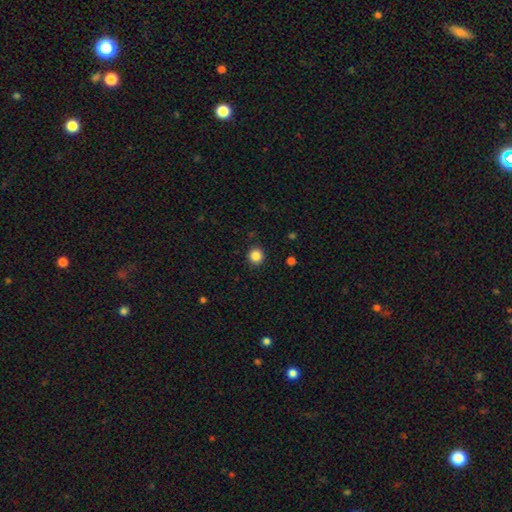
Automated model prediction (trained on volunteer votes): Smooth or featured: smooth — 85% (star or artifact — 11%)
How rounded: round — 93% (in between — 6%)
Merging: none — 92% (minor disturbance — 5%)